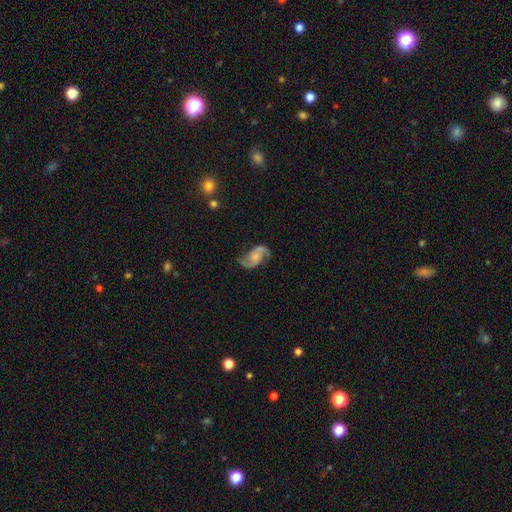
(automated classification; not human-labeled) smooth_or_featured: featured or disk (p=0.85) [alt: smooth p=0.09]
disk_edge_on: no (p=0.98) [alt: yes p=0.02]
bar: no (p=0.59) [alt: weak p=0.34]
has_spiral_arms: yes (p=0.97) [alt: no p=0.03]
spiral_winding: loose (p=0.44) [tied with: medium p=0.44]
spiral_arm_count: 2 (p=0.93) [alt: can't tell p=0.02]
bulge_size: small (p=0.36) [alt: none p=0.34]
merging: none (p=0.74) [alt: minor disturbance p=0.17]